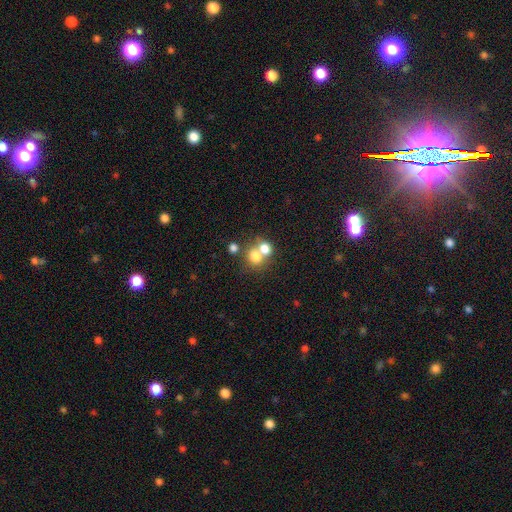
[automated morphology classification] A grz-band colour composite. It shows a smooth galaxy with no disk features (72%) that is round (71%). Merging: merger (50%).